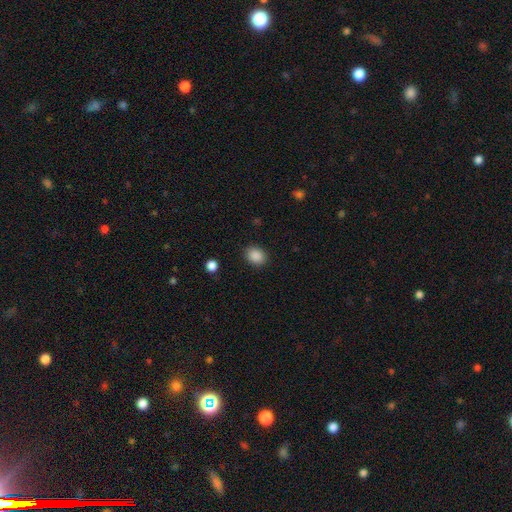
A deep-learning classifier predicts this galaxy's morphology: type=smooth (88%); roundness=round (50%); merging=none (87%).